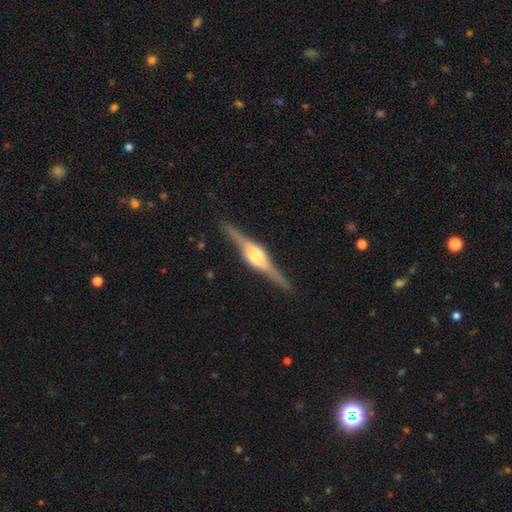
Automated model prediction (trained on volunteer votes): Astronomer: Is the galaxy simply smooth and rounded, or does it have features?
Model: featured or disk — 86%.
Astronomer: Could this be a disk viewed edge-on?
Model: yes — 98%.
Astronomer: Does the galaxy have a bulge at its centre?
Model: rounded — 84%.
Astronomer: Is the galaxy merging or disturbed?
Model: none — 90%.